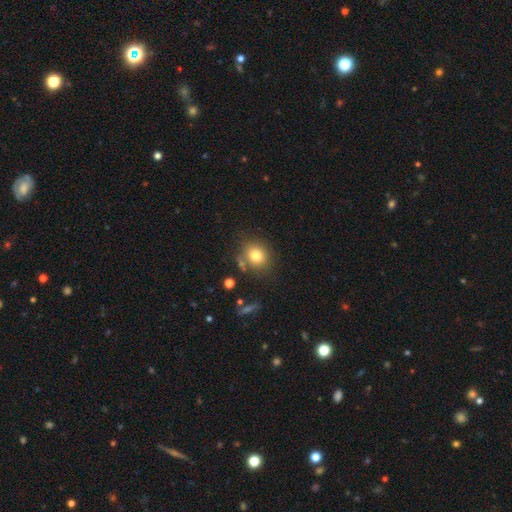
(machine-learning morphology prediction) smooth-or-featured: smooth: 78% | star or artifact: 12% | featured or disk: 10%
  how-rounded: round: 74% | in between: 25% | cigar-shaped: 1%
  merging: none: 74% | minor disturbance: 14% | merger: 8% | major disturbance: 5%